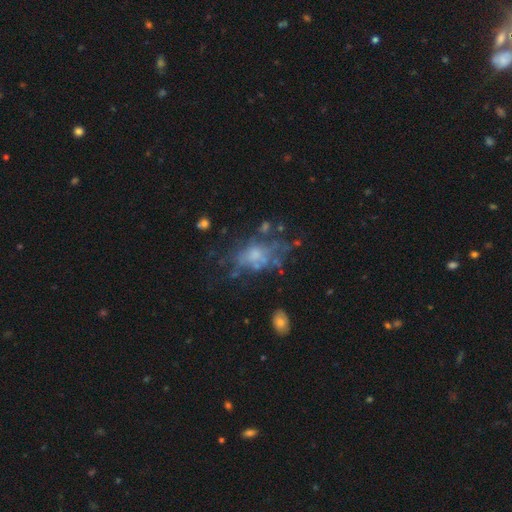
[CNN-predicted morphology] Overall: featured or disk (54%; smooth 31%). Edge-on disk: no (94%). Bar: no (88%). Spiral arms: no (83%). Bulge size: moderate (34%; small 31%). Merging: none (40%; major disturbance 29%).